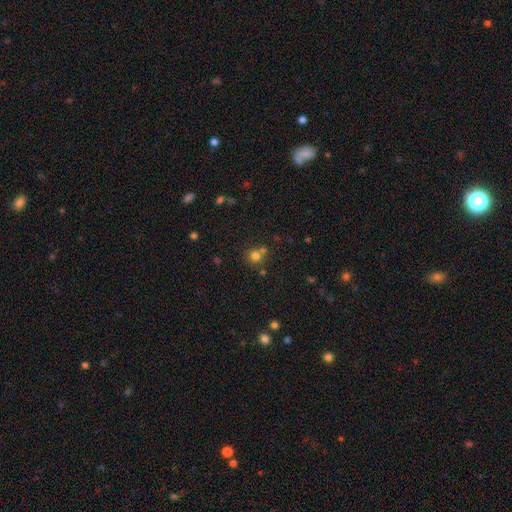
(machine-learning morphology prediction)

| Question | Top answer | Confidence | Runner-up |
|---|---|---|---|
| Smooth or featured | smooth | 74% | star or artifact (18%) |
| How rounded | round | 89% | in between (10%) |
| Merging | none | 61% | merger (28%) |